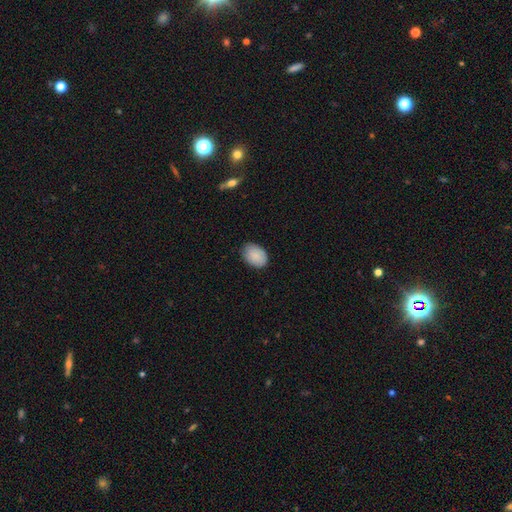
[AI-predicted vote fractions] smooth_or_featured: smooth (p=0.89) [alt: star or artifact p=0.06]
how_rounded: in between (p=0.77) [alt: round p=0.22]
merging: none (p=0.82) [alt: minor disturbance p=0.15]